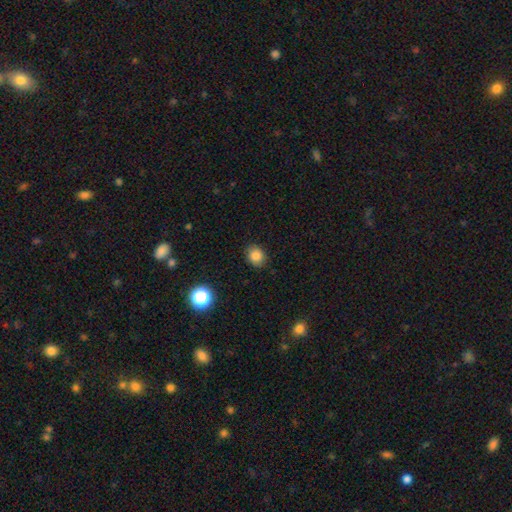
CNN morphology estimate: Overall: smooth (84%). How rounded: round (60%; in between 39%). Merging: none (86%).